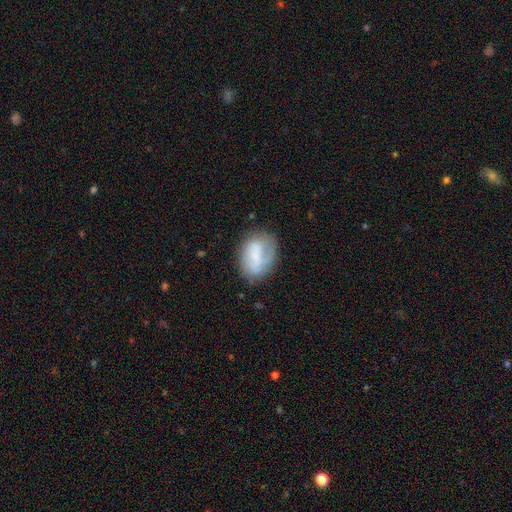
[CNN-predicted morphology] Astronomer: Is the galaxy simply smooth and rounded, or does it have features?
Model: smooth — 53% (runner-up: featured or disk, 39%).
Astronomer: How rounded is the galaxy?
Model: in between — 78%.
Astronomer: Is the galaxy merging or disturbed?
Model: none — 60%.